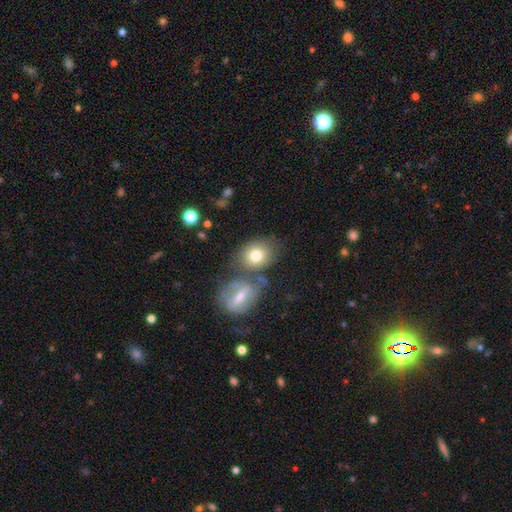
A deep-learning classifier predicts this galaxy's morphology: A smooth galaxy with no disk features (76%) that is in between round and cigar-shaped (52%). Merging: none (51%).